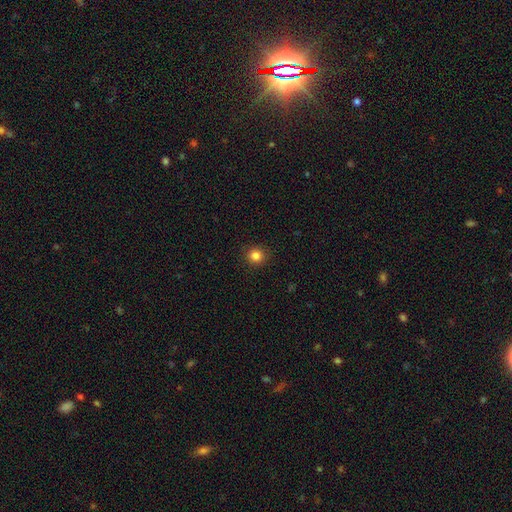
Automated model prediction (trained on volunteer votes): A smooth galaxy with no disk features (84%) that is round (92%).

Vote fractions:
- Smooth or featured? smooth: 84% / star or artifact: 11% / featured or disk: 4%
- How rounded? round: 92% / in between: 7% / cigar-shaped: 1%
- Merging? none: 91% / minor disturbance: 6% / major disturbance: 2% / merger: 1%